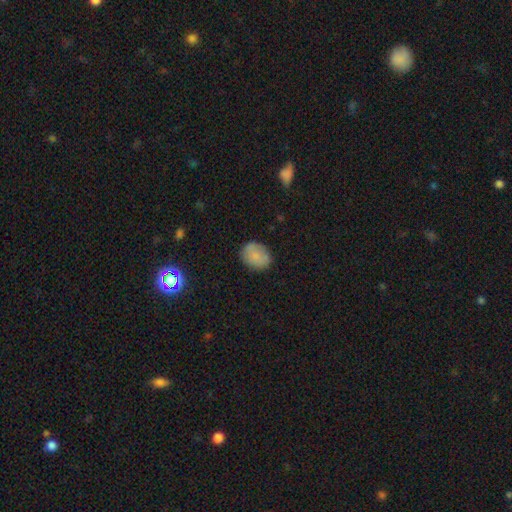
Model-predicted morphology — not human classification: type=smooth (81%); roundness=in between (56%); merging=none (81%).